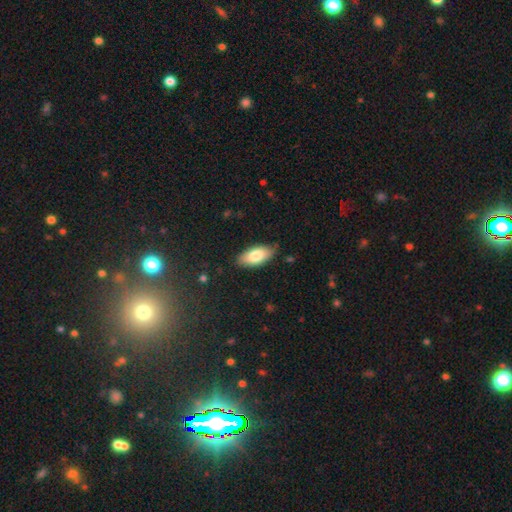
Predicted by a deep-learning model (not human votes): Smooth or featured?
  - smooth: 80% *
  - featured or disk: 14%
  - star or artifact: 6%
How rounded?
  - in between: 90% *
  - cigar-shaped: 8%
  - round: 2%
Merging?
  - none: 83% *
  - minor disturbance: 14%
  - major disturbance: 2%
  - merger: 1%